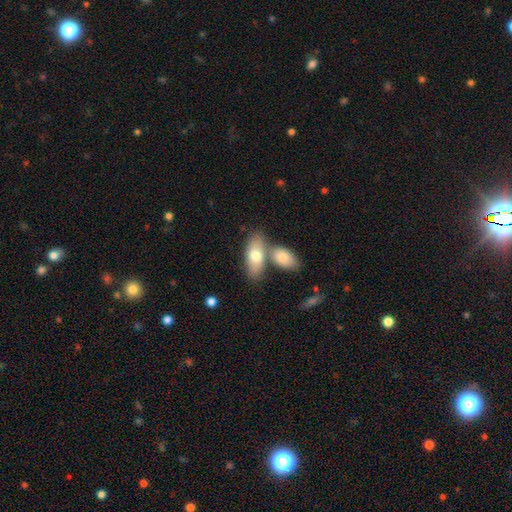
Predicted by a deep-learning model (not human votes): A smooth galaxy with no disk features (73%) that is in between round and cigar-shaped (85%).

Vote fractions:
- Smooth or featured? smooth: 73% / featured or disk: 22% / star or artifact: 5%
- How rounded? in between: 85% / cigar-shaped: 12% / round: 3%
- Merging? none: 48% / merger: 39% / minor disturbance: 10% / major disturbance: 3%